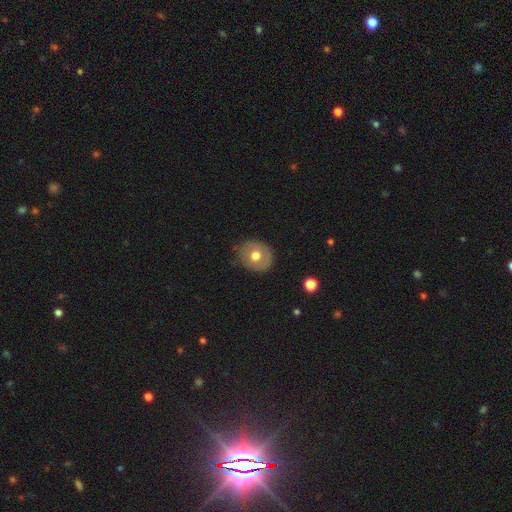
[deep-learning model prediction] This is likely a smooth galaxy (60%). How rounded: likely round (69%). Merging: likely none (79%).